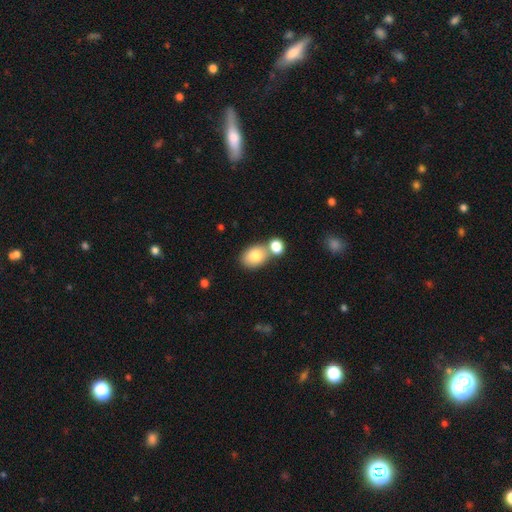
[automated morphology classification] smooth 80%, featured or disk 11%, star or artifact 8%. Down the decision tree: how rounded — in between (70%); merging — none (51%).